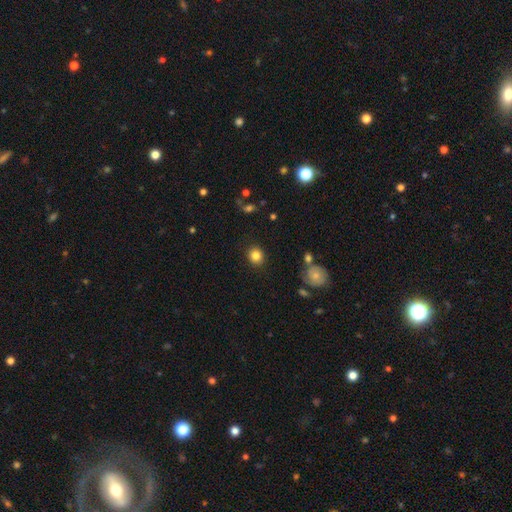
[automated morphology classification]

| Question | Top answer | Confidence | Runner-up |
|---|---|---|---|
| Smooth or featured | smooth | 84% | star or artifact (11%) |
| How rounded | round | 82% | in between (17%) |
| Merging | none | 89% | minor disturbance (7%) |